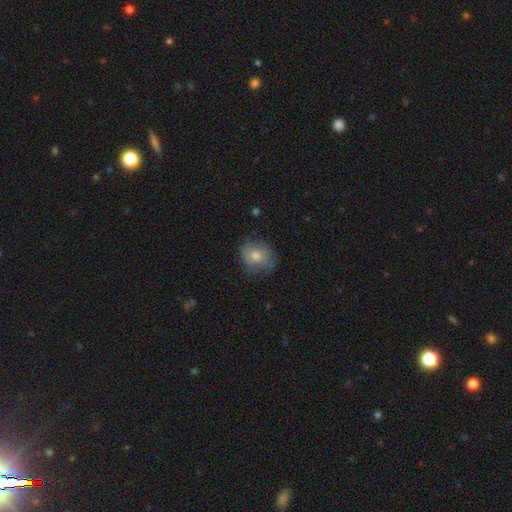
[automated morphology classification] Q: Smooth or featured?
A: smooth (62%); runner-up: featured or disk (27%)
Q: How rounded?
A: round (70%); runner-up: in between (29%)
Q: Merging?
A: none (72%); runner-up: minor disturbance (20%)